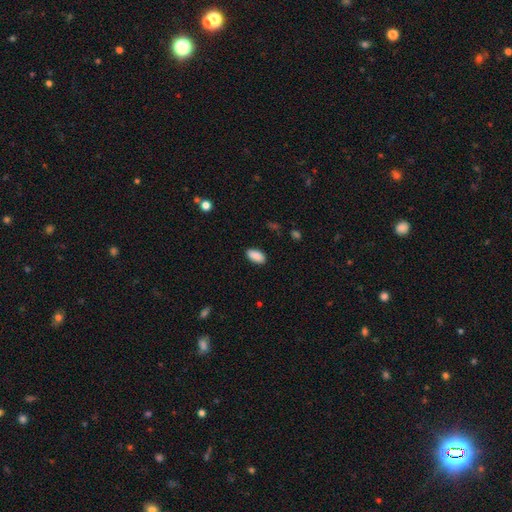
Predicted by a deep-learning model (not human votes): Smooth or featured: smooth — 89% (star or artifact — 7%)
How rounded: in between — 93% (cigar-shaped — 4%)
Merging: none — 86% (minor disturbance — 10%)